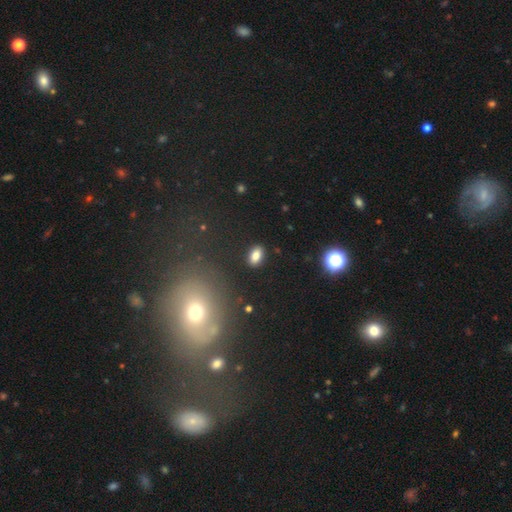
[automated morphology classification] smooth 82%, star or artifact 10%, featured or disk 7%. Down the decision tree: how rounded — in between (89%); merging — none (88%).